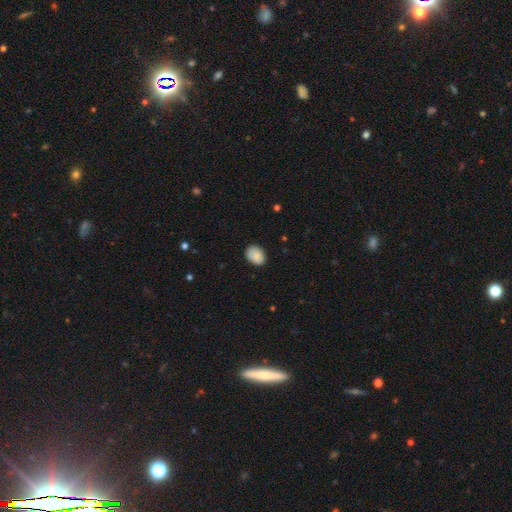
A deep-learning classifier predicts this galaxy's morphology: Smooth or featured? Predicted: smooth (p=0.88). How rounded? Predicted: in between (p=0.73). Merging? Predicted: none (p=0.84).